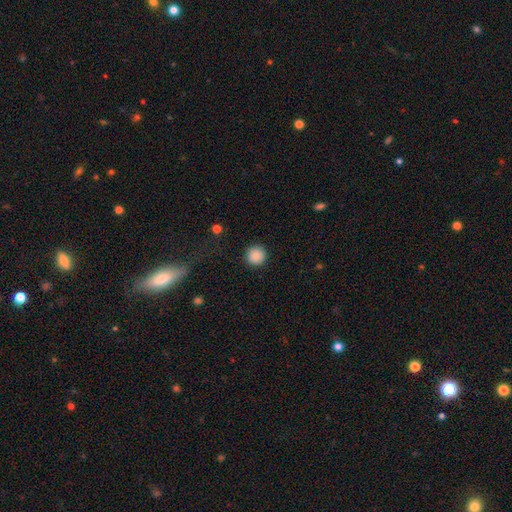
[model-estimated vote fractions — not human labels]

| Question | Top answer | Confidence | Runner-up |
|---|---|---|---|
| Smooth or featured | smooth | 89% | star or artifact (9%) |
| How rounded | round | 95% | in between (4%) |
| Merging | none | 91% | minor disturbance (6%) |